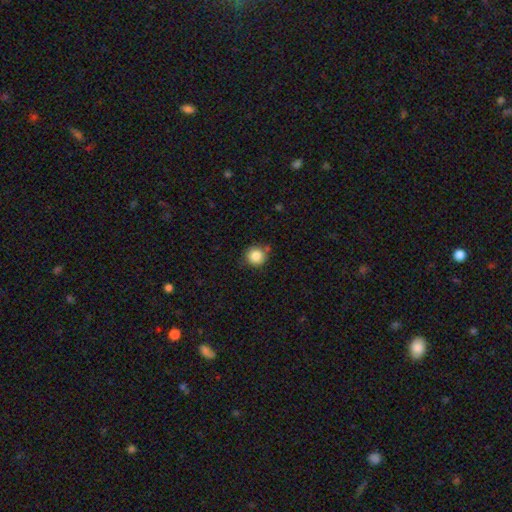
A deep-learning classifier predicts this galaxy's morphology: smooth 85%, star or artifact 10%, featured or disk 5%. Down the decision tree: how rounded — round (93%); merging — none (79%).